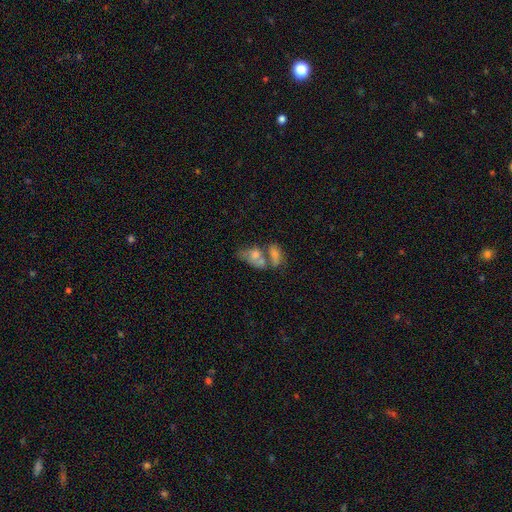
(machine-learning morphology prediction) smooth_or_featured: smooth (p=0.49) [alt: featured or disk p=0.37]
merging: merger (p=0.57) [alt: none p=0.24]